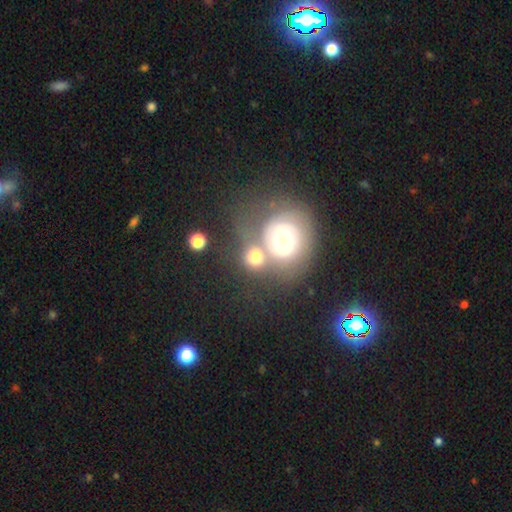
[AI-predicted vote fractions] smooth 49%, featured or disk 39%, star or artifact 12%. Down the decision tree: merging — merger (42%).